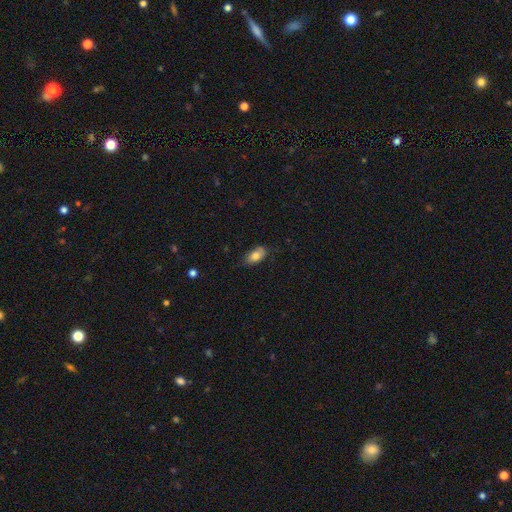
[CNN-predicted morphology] The model was most divided on "merging": none: 74%, minor disturbance: 21%, major disturbance: 4%, merger: 1%. More confident: how rounded — in between (91%); smooth or featured — smooth (80%).